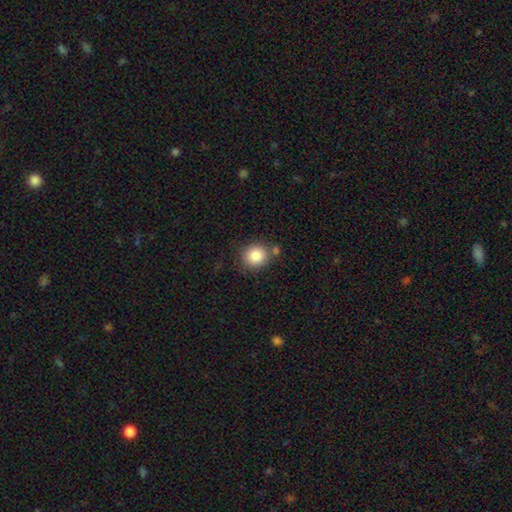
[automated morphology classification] Smooth or featured: smooth — 85% (star or artifact — 9%)
How rounded: round — 87% (in between — 12%)
Merging: none — 74% (minor disturbance — 12%)